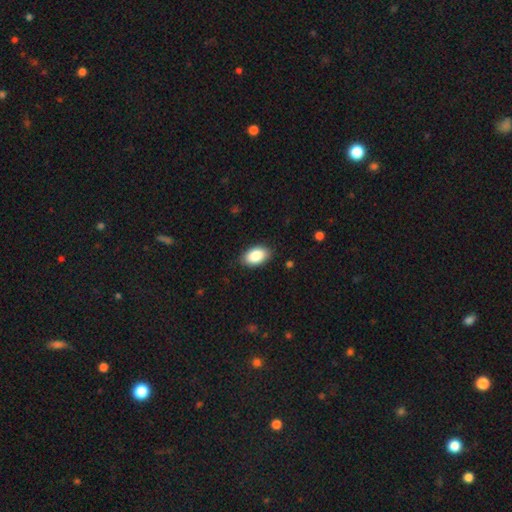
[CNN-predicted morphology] Smooth or featured? smooth (87%)
How rounded? in between (92%)
Merging? none (86%)